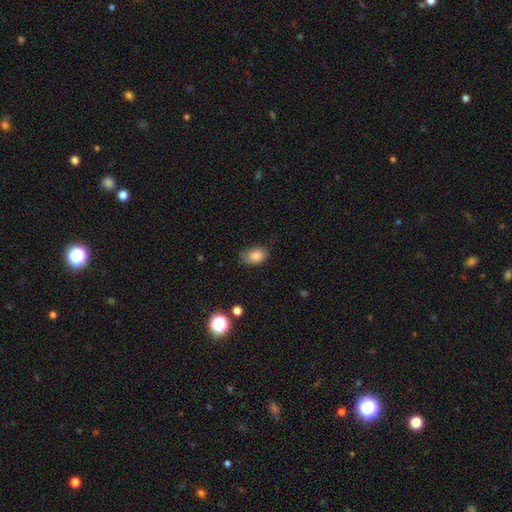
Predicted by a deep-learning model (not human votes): Smooth or featured? smooth (83%)
How rounded? in between (83%)
Merging? none (69%)